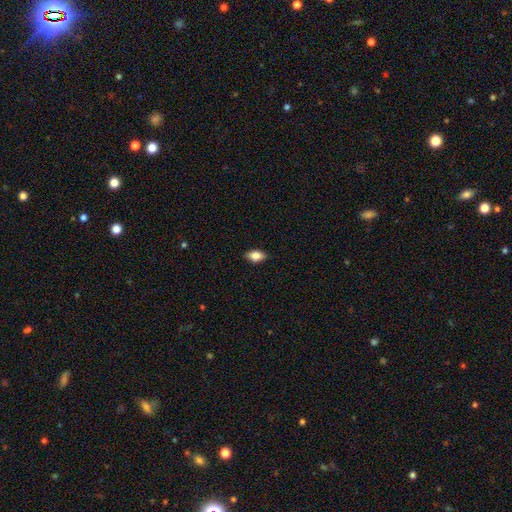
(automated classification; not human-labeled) A smooth galaxy with no disk features (81%) that is in between round and cigar-shaped (88%). Merging: none (86%).